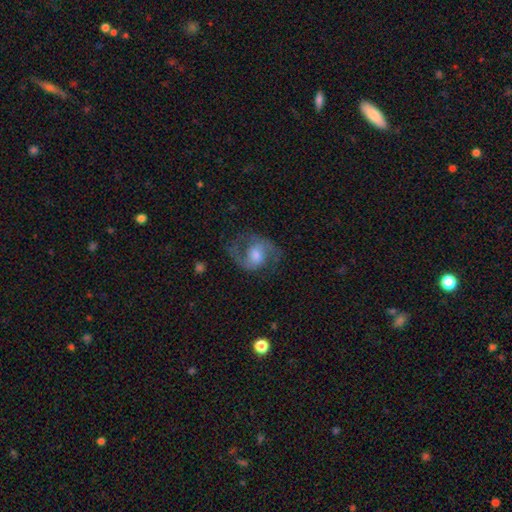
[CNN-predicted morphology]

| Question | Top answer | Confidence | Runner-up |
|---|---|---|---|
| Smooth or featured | featured or disk | 76% | smooth (16%) |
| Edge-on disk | no | 97% | yes (3%) |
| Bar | no | 50% | weak (40%) |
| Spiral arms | yes | 92% | no (8%) |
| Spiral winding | medium | 55% | loose (31%) |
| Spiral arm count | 2 | 89% | can't tell (4%) |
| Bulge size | moderate | 51% | small (24%) |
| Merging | none | 69% | minor disturbance (16%) |